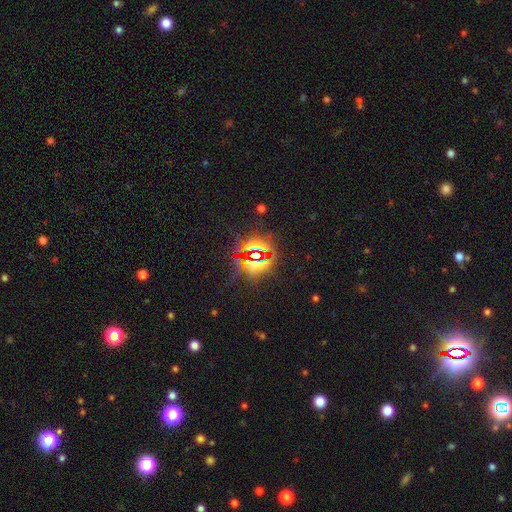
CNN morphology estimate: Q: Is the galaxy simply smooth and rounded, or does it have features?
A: star or artifact — 82%.